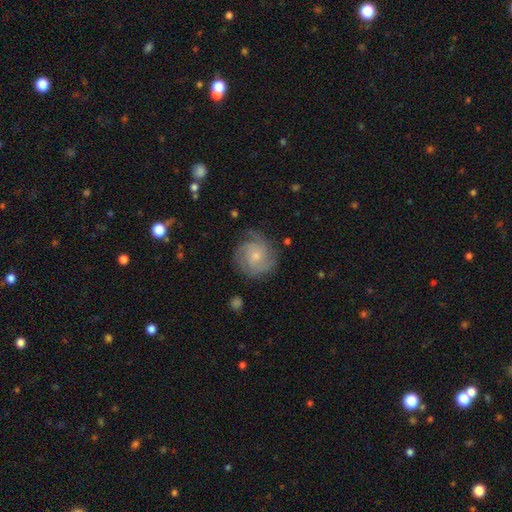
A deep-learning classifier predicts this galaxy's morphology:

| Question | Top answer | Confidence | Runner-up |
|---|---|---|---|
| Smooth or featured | featured or disk | 74% | smooth (19%) |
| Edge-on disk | no | 98% | yes (2%) |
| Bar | no | 72% | weak (25%) |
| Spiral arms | yes | 94% | no (6%) |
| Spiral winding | tight | 55% | medium (35%) |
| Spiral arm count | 3 | 34% | can't tell (26%) |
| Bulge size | small | 60% | moderate (35%) |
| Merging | none | 73% | minor disturbance (19%) |